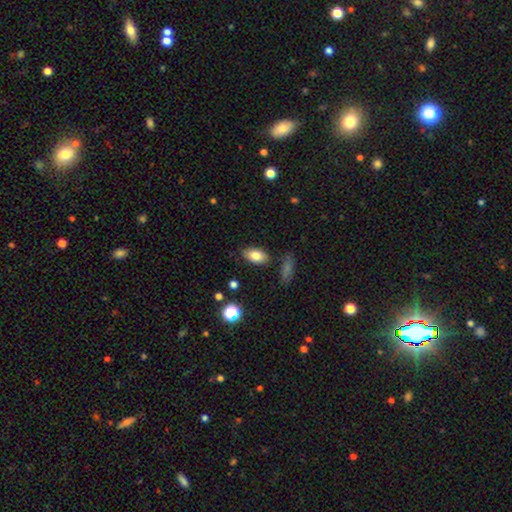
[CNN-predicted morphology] The model was most divided on "merging": none: 82%, minor disturbance: 11%, merger: 3%, major disturbance: 3%. More confident: how rounded — in between (90%); smooth or featured — smooth (81%).